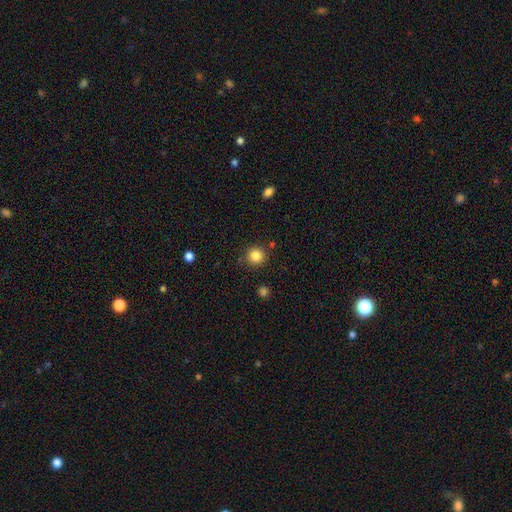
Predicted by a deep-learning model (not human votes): smooth_or_featured: smooth (p=0.85) [alt: star or artifact p=0.11]
how_rounded: round (p=0.93) [alt: in between p=0.06]
merging: none (p=0.86) [alt: minor disturbance p=0.08]